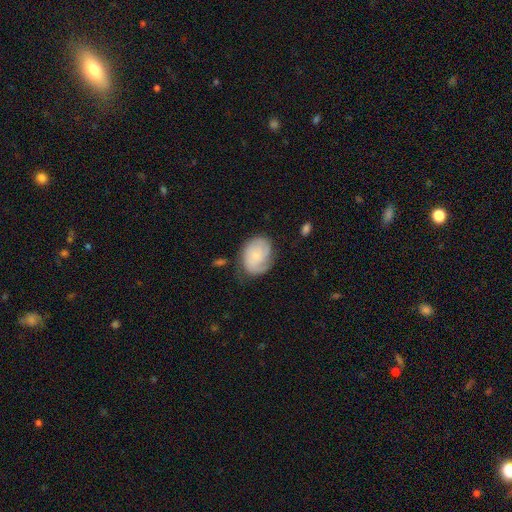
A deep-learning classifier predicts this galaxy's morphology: This appears to be a featured or disk galaxy (53%) with no bar (77%), spiral arms (87%) and a small central bulge (67%). Merging: none (59%).